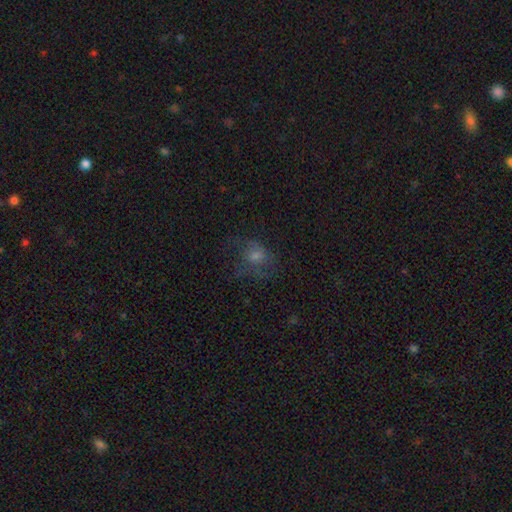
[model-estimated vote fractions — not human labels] A smooth galaxy with no disk features (45%). Merging: none (51%).